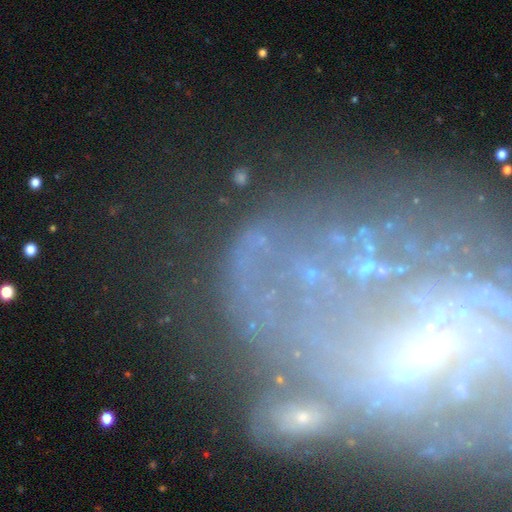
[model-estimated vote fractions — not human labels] Smooth or featured? Predicted: featured or disk (p=0.60). Edge-on disk? Predicted: no (p=0.91). Bar? Predicted: no (p=0.47). Spiral arms? Predicted: yes (p=0.52). Bulge size? Predicted: none (p=0.34). Merging? Predicted: none (p=0.40).